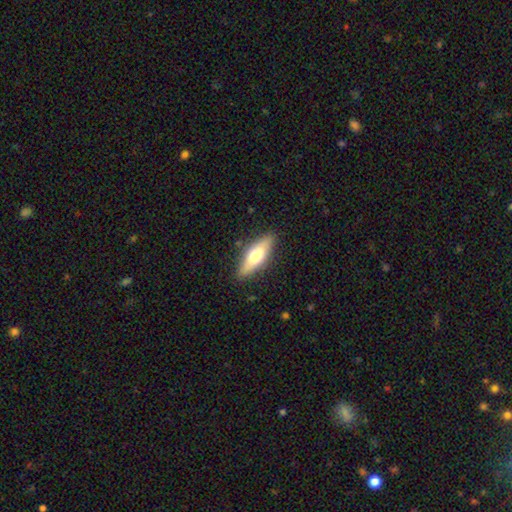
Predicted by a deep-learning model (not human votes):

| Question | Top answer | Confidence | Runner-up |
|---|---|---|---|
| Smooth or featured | smooth | 60% | featured or disk (34%) |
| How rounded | in between | 54% | cigar-shaped (44%) |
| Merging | none | 86% | minor disturbance (10%) |